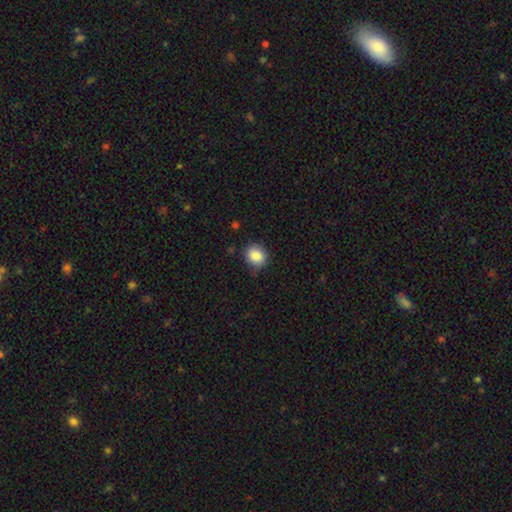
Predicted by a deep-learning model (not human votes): Overall: smooth (87%). How rounded: round (74%). Merging: none (75%).